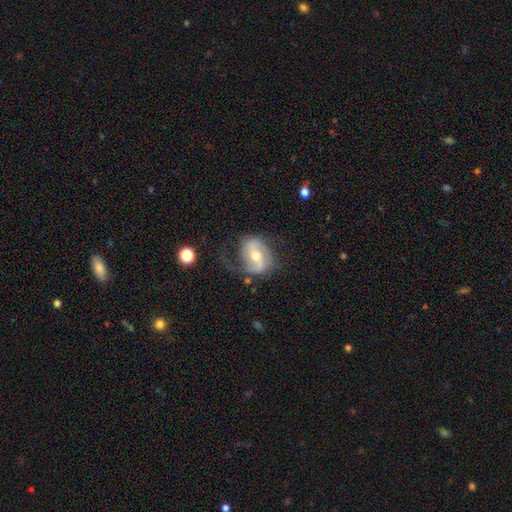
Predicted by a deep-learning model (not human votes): A featured or disk galaxy (72%) with a strong bar (39%), 2 (77%) loose (43%) spiral arms (83%) and a moderate central bulge (65%).

Vote fractions:
- Smooth or featured? featured or disk: 72% / smooth: 21% / star or artifact: 7%
- Edge-on disk? no: 95% / yes: 5%
- Bar? strong: 39% / weak: 38% / no: 23%
- Spiral arms? yes: 83% / no: 17%
- Spiral winding? loose: 43% / medium: 39% / tight: 19%
- Spiral arm count? 2: 77% / 1: 10% / can't tell: 9% / 3: 1% / 4: 1% / more than 4: 1%
- Bulge size? moderate: 65% / small: 29% / large: 3% / none: 1% / dominant: 1%
- Merging? none: 54% / minor disturbance: 24% / major disturbance: 20% / merger: 2%